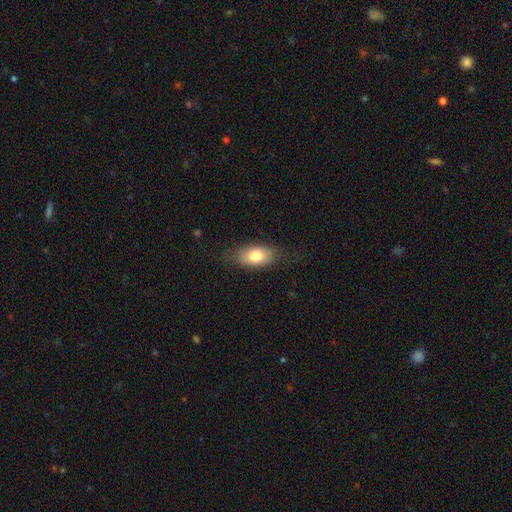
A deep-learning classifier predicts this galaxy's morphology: Q: Smooth or featured?
A: smooth (77%); runner-up: featured or disk (15%)
Q: How rounded?
A: in between (88%); runner-up: round (9%)
Q: Merging?
A: none (75%); runner-up: minor disturbance (17%)